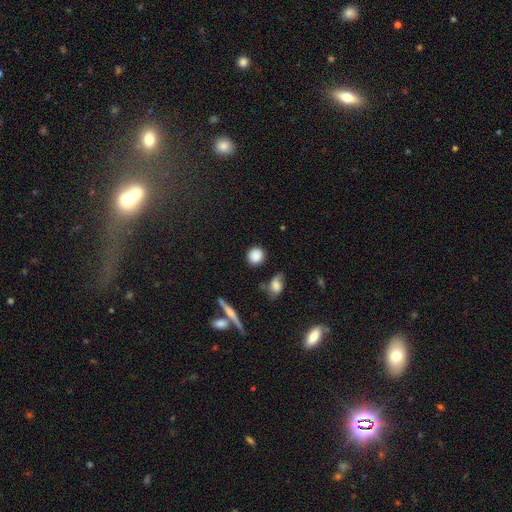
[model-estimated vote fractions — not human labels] A smooth galaxy with no disk features (83%) that is round (83%). Merging: none (82%).